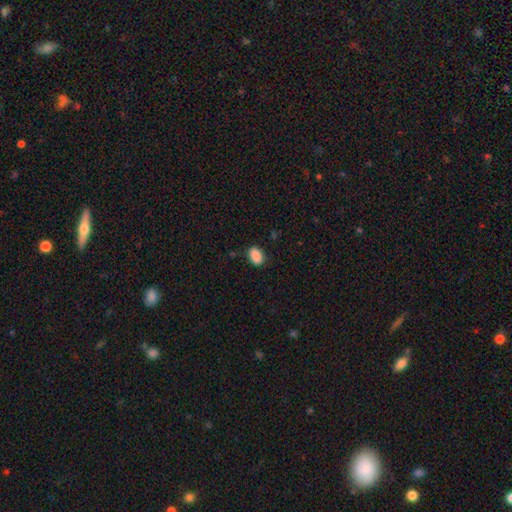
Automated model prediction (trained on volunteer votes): Q: Smooth or featured?
A: smooth (89%); runner-up: star or artifact (8%)
Q: How rounded?
A: in between (86%); runner-up: round (13%)
Q: Merging?
A: none (84%); runner-up: minor disturbance (12%)